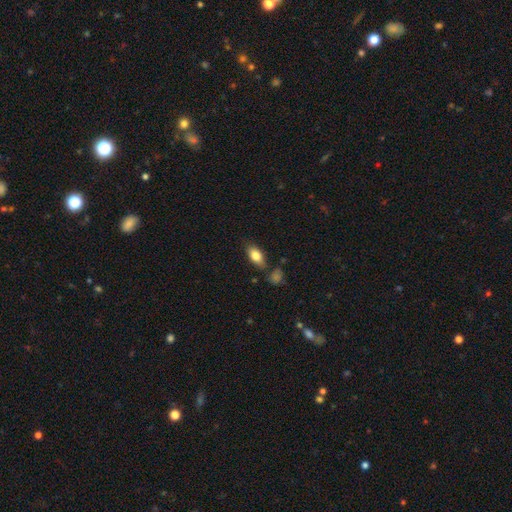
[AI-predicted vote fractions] smooth 80%, featured or disk 12%, star or artifact 7%. Down the decision tree: how rounded — in between (89%); merging — none (78%).